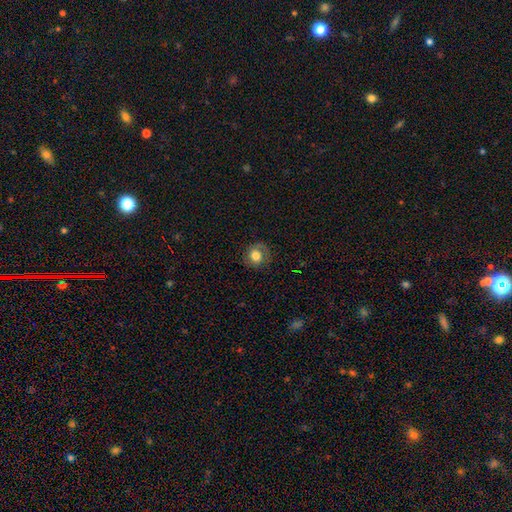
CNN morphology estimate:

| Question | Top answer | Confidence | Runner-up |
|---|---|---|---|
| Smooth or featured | smooth | 70% | featured or disk (19%) |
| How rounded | round | 77% | in between (22%) |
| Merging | none | 72% | minor disturbance (18%) |